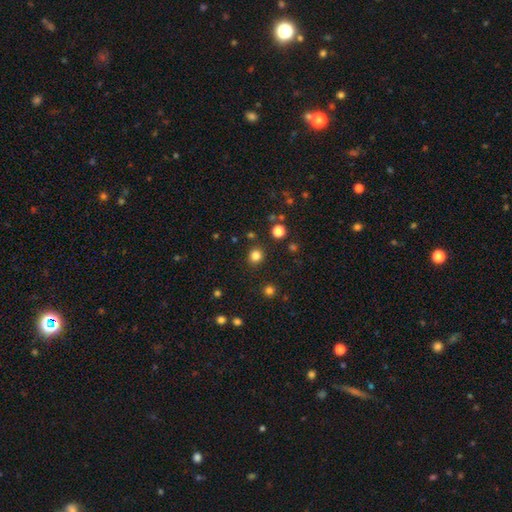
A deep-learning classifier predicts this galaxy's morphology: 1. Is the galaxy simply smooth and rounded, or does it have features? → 82% smooth, 14% star or artifact, 4% featured or disk.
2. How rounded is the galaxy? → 86% round, 13% in between, 1% cigar-shaped.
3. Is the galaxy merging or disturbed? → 89% none, 6% minor disturbance, 2% merger, 2% major disturbance.